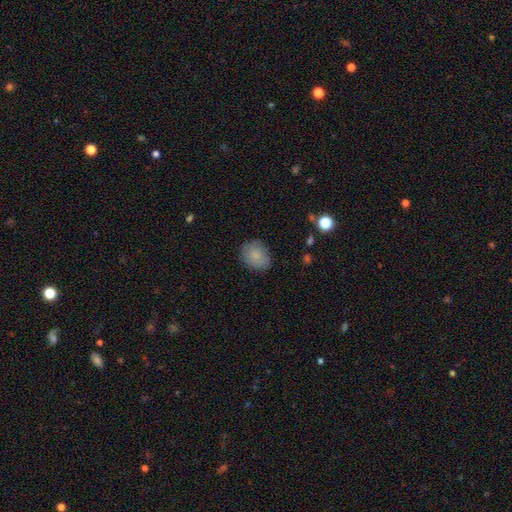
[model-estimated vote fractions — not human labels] The model was most divided on "how rounded": round: 61%, in between: 38%, cigar-shaped: 1%. More confident: smooth or featured — smooth (82%); merging — none (79%).